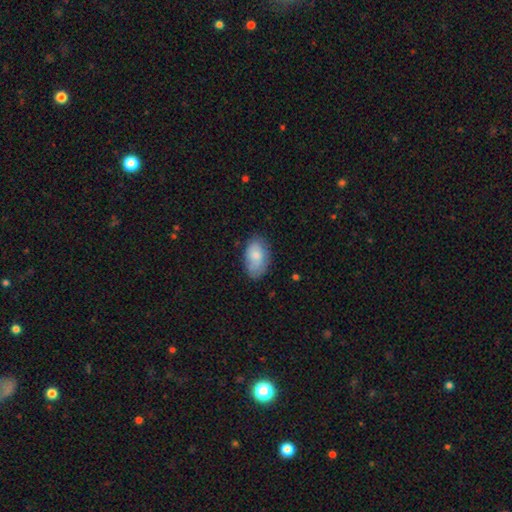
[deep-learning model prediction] smooth_or_featured: smooth (p=0.77) [alt: featured or disk p=0.17]
how_rounded: in between (p=0.92) [alt: round p=0.07]
merging: none (p=0.73) [alt: minor disturbance p=0.21]